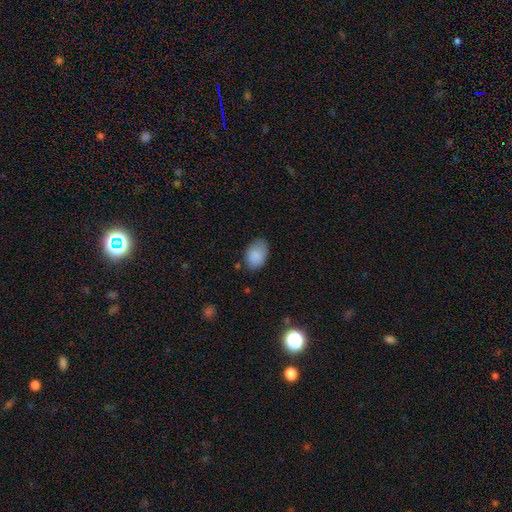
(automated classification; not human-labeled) A smooth galaxy with no disk features (87%) that is in between round and cigar-shaped (86%).

Vote fractions:
- Smooth or featured? smooth: 87% / star or artifact: 7% / featured or disk: 5%
- How rounded? in between: 86% / round: 13% / cigar-shaped: 1%
- Merging? none: 66% / minor disturbance: 26% / major disturbance: 5% / merger: 2%